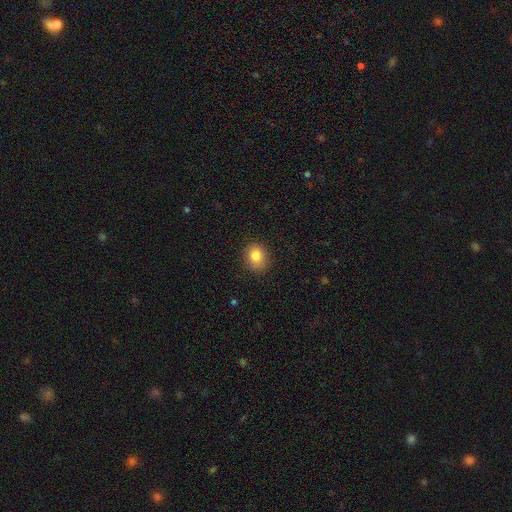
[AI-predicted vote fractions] Overall: smooth (82%). How rounded: round (66%; in between 33%). Merging: none (83%).